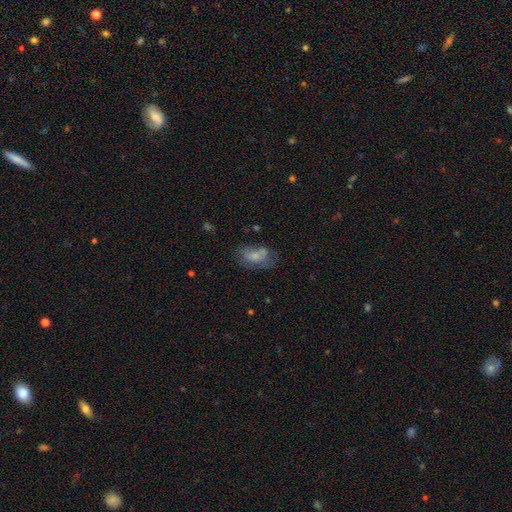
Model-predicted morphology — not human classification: smooth 61%, featured or disk 29%, star or artifact 10%. Down the decision tree: how rounded — in between (89%); merging — none (38%).